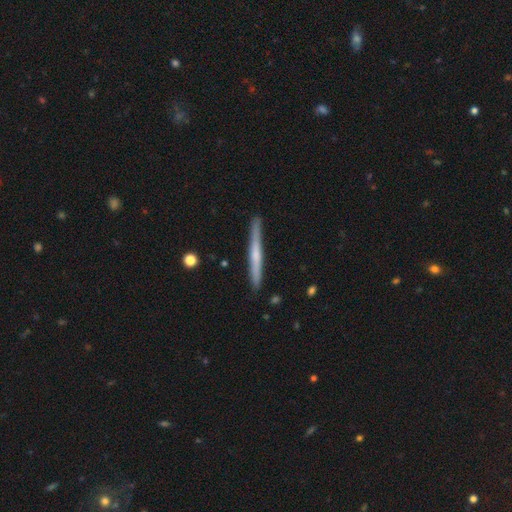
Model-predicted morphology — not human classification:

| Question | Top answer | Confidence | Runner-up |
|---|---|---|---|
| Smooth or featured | featured or disk | 54% | smooth (40%) |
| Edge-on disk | yes | 97% | no (3%) |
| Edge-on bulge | none | 53% | rounded (39%) |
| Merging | none | 90% | minor disturbance (7%) |